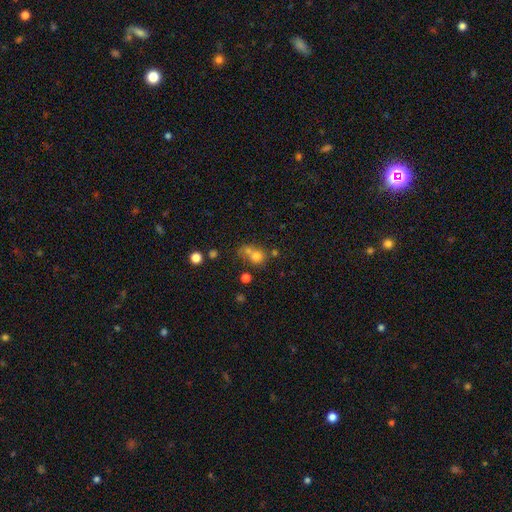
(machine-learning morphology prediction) smooth_or_featured: smooth (p=0.71) [alt: star or artifact p=0.16]
how_rounded: round (p=0.76) [alt: in between p=0.23]
merging: merger (p=0.46) [alt: none p=0.38]